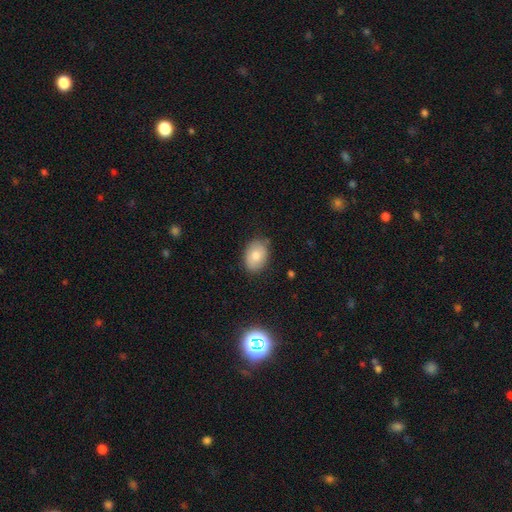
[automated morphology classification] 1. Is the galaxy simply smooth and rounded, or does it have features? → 78% smooth, 15% featured or disk, 8% star or artifact.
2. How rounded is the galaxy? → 79% in between, 20% round, 1% cigar-shaped.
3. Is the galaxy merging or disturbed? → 81% none, 15% minor disturbance, 3% major disturbance, 1% merger.